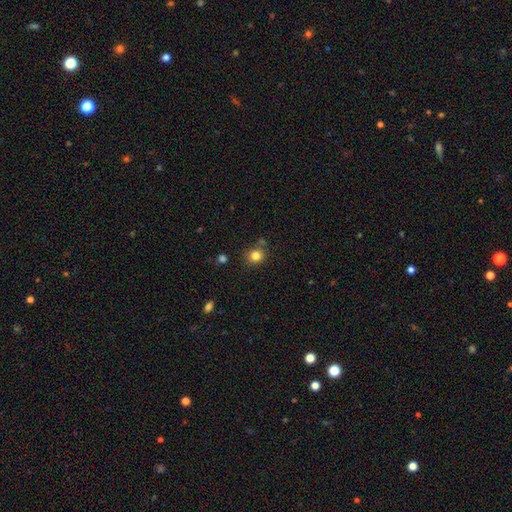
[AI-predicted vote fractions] Smooth or featured? smooth (81%)
How rounded? round (79%)
Merging? none (77%)